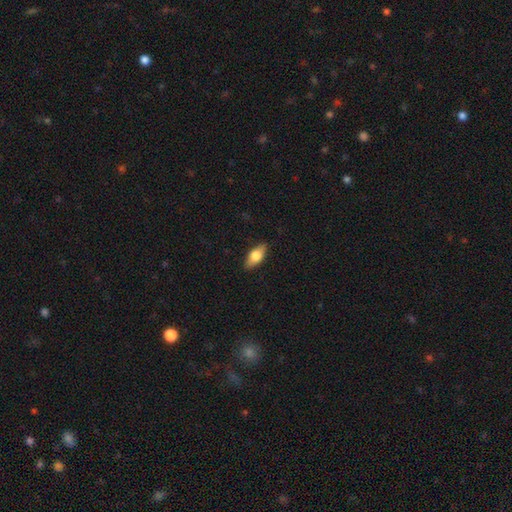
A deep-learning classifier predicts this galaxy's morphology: smooth-or-featured: smooth: 67% | featured or disk: 27% | star or artifact: 6%
  how-rounded: in between: 82% | cigar-shaped: 14% | round: 4%
  merging: none: 87% | minor disturbance: 10% | major disturbance: 2% | merger: 1%